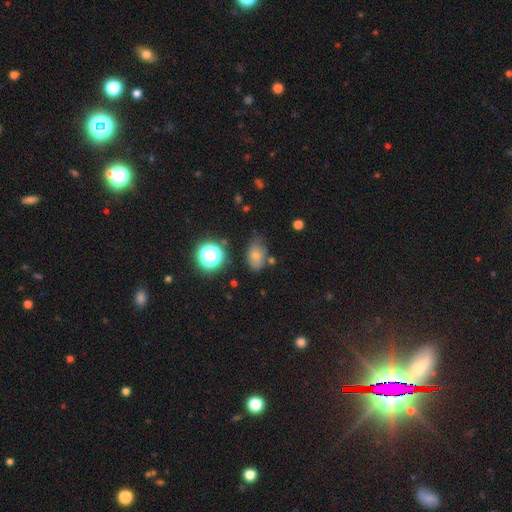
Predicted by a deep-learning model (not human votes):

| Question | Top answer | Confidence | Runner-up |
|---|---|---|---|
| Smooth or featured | smooth | 51% | star or artifact (34%) |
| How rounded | in between | 71% | round (27%) |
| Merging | none | 72% | minor disturbance (18%) |